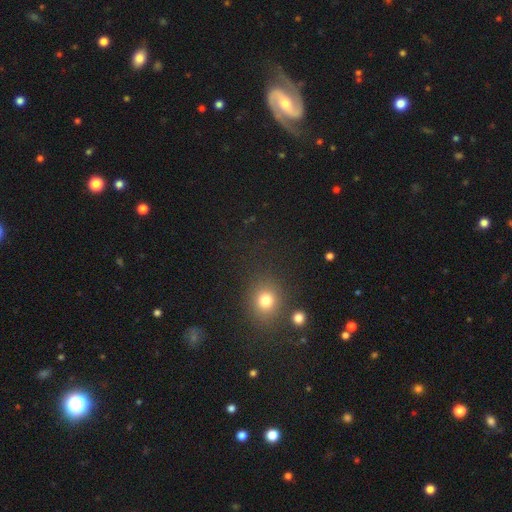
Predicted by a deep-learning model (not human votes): This is possibly a smooth galaxy (51%). How rounded: likely round (73%). Merging: clearly none (82%).